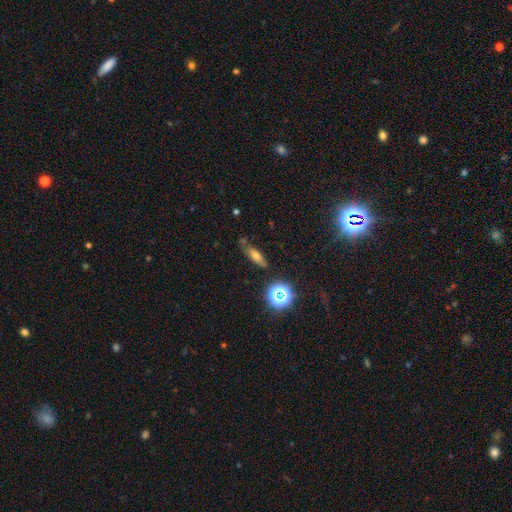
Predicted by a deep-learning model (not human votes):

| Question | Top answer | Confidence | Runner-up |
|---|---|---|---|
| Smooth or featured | smooth | 58% | featured or disk (24%) |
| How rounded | cigar-shaped | 47% | in between (44%) |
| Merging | none | 71% | minor disturbance (19%) |